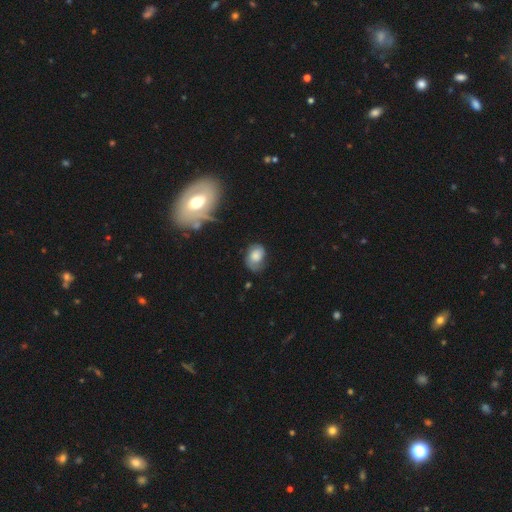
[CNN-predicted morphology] smooth_or_featured: smooth (p=0.52) [alt: featured or disk p=0.38]
how_rounded: in between (p=0.66) [alt: round p=0.33]
merging: none (p=0.54) [alt: minor disturbance p=0.29]